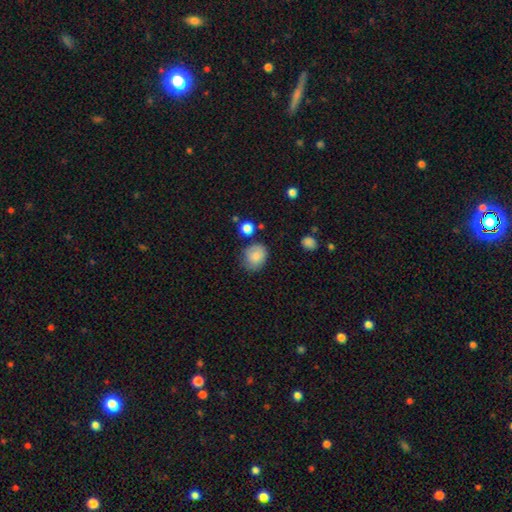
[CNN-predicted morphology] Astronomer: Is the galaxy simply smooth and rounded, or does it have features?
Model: smooth — 83%.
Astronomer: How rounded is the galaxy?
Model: round — 59% (runner-up: in between, 40%).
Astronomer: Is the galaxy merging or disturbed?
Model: none — 64%.